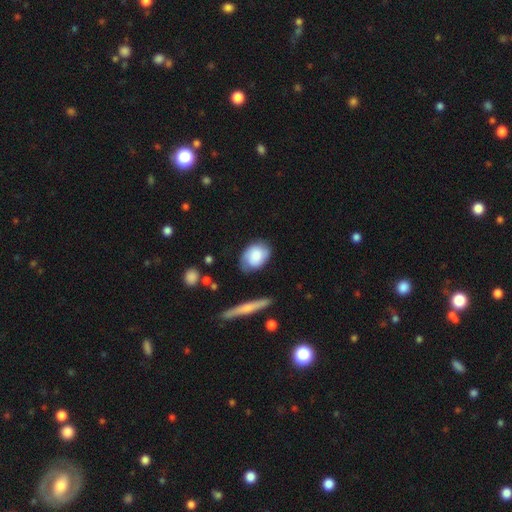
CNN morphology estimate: A smooth galaxy with no disk features (68%) that is in between round and cigar-shaped (73%).

Vote fractions:
- Smooth or featured? smooth: 68% / featured or disk: 26% / star or artifact: 6%
- How rounded? in between: 73% / round: 25% / cigar-shaped: 2%
- Merging? none: 71% / minor disturbance: 21% / major disturbance: 5% / merger: 3%